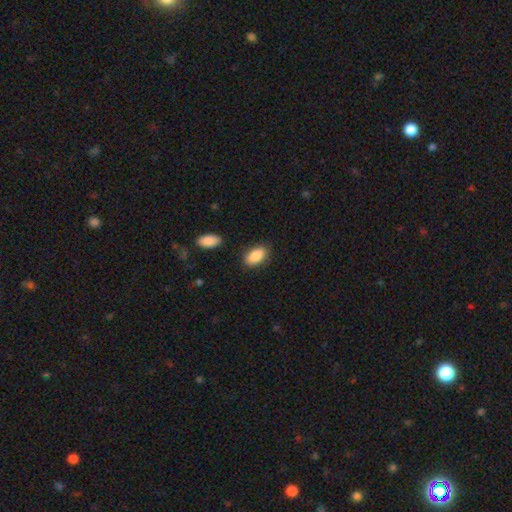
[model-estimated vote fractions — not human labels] Smooth or featured?
  - smooth: 89% *
  - star or artifact: 7%
  - featured or disk: 5%
How rounded?
  - in between: 92% *
  - round: 5%
  - cigar-shaped: 3%
Merging?
  - none: 84% *
  - minor disturbance: 11%
  - major disturbance: 3%
  - merger: 3%